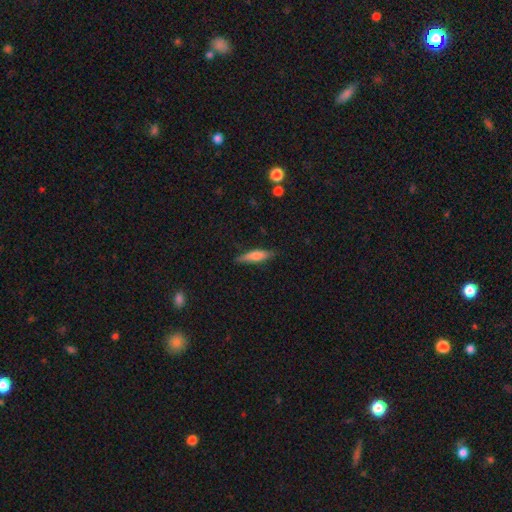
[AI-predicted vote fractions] Smooth or featured? smooth (64%)
How rounded? cigar-shaped (73%)
Merging? none (83%)